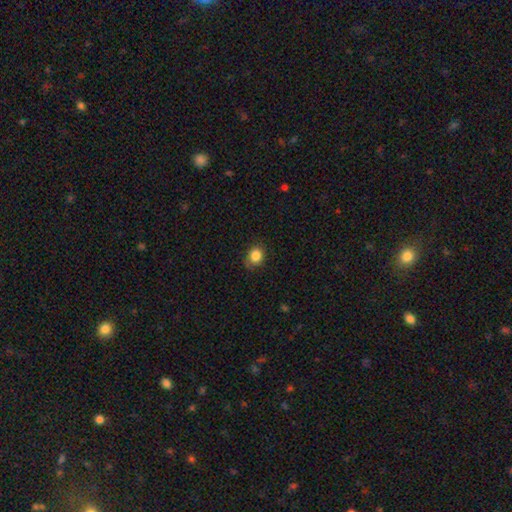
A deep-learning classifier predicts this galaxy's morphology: Overall: smooth (85%). How rounded: round (64%; in between 35%). Merging: none (77%).